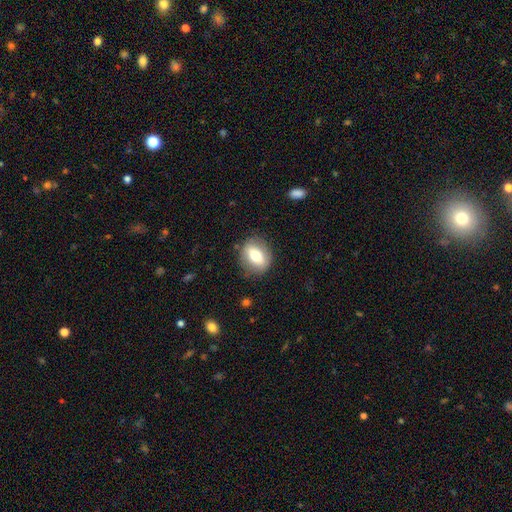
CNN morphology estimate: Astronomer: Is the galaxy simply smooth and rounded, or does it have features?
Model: smooth — 62%.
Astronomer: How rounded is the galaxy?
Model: round — 50% (runner-up: in between, 48%).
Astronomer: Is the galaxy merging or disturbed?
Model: none — 84%.